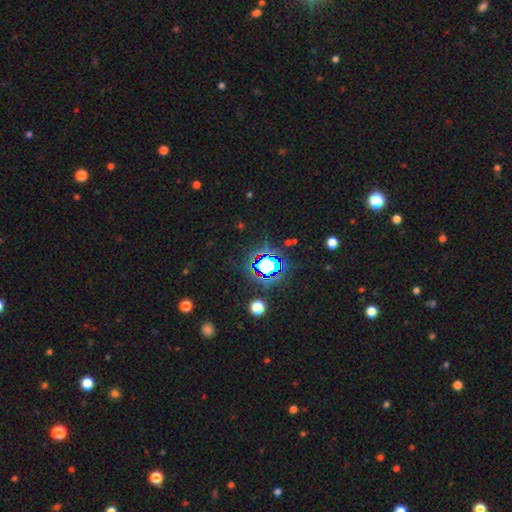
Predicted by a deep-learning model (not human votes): Smooth or featured? star or artifact (82%)